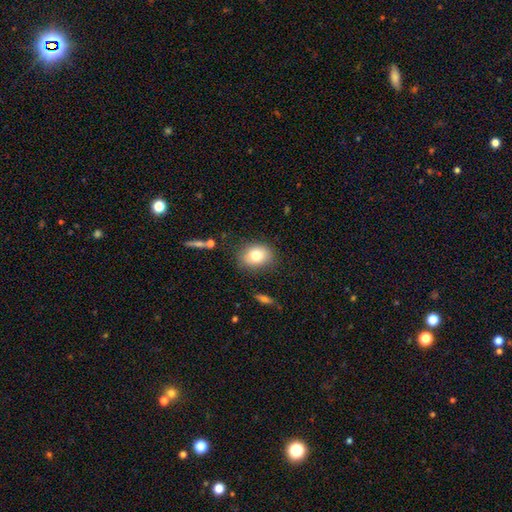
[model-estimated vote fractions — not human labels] smooth_or_featured: smooth (p=0.77) [alt: featured or disk p=0.13]
how_rounded: in between (p=0.57) [alt: round p=0.42]
merging: none (p=0.82) [alt: minor disturbance p=0.12]